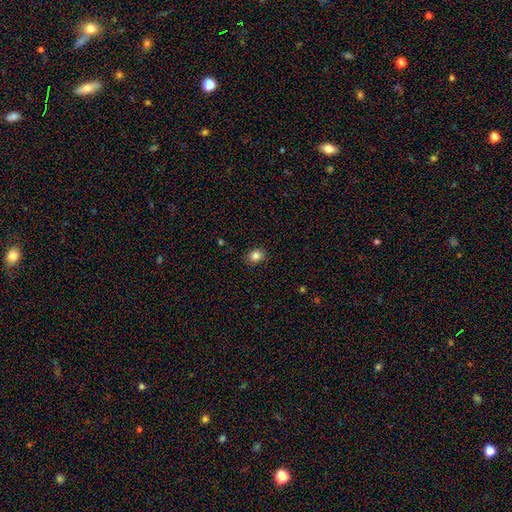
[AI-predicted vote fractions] A smooth galaxy with no disk features (84%) that is round (58%).

Vote fractions:
- Smooth or featured? smooth: 84% / star or artifact: 11% / featured or disk: 5%
- How rounded? round: 58% / in between: 42% / cigar-shaped: 1%
- Merging? none: 88% / minor disturbance: 9% / major disturbance: 2% / merger: 1%